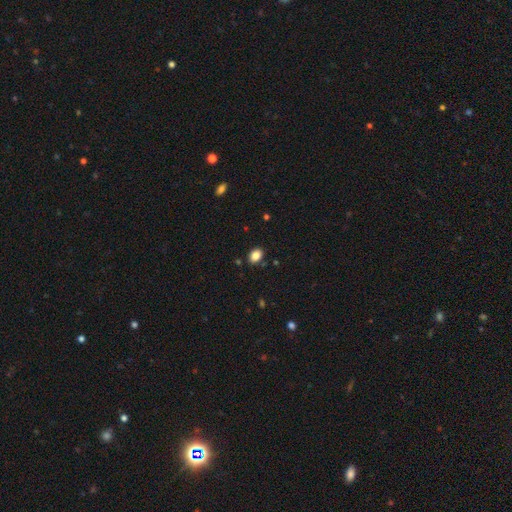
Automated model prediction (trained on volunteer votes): smooth_or_featured: smooth (p=0.85) [alt: star or artifact p=0.10]
how_rounded: in between (p=0.78) [alt: round p=0.20]
merging: none (p=0.86) [alt: minor disturbance p=0.09]